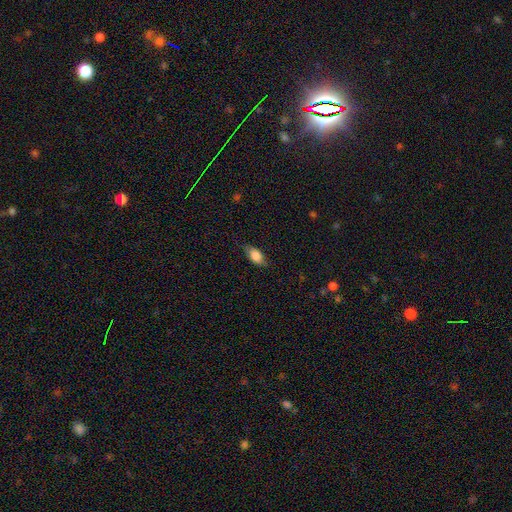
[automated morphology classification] This is likely a smooth galaxy (80%). How rounded: clearly in between (87%). Merging: likely none (74%).